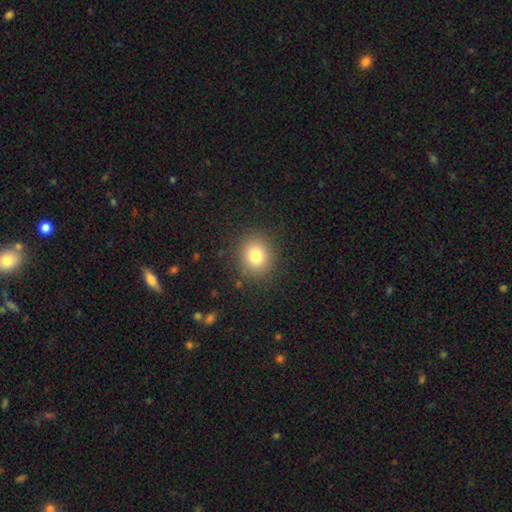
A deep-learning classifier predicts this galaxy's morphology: Smooth or featured: smooth — 79% (star or artifact — 12%)
How rounded: round — 82% (in between — 17%)
Merging: none — 88% (minor disturbance — 8%)